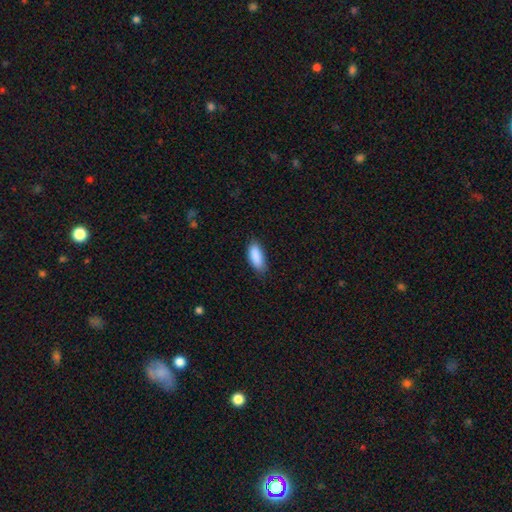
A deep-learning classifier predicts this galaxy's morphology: A smooth galaxy with no disk features (89%) that is in between round and cigar-shaped (81%). Merging: none (78%).